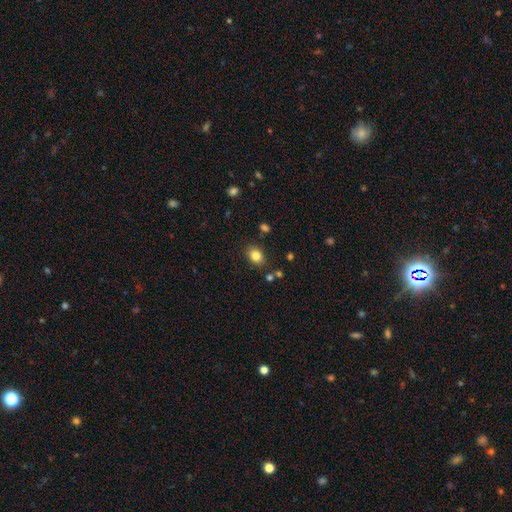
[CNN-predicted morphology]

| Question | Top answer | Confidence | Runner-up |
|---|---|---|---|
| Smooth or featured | smooth | 83% | star or artifact (11%) |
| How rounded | in between | 64% | round (35%) |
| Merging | none | 82% | minor disturbance (11%) |